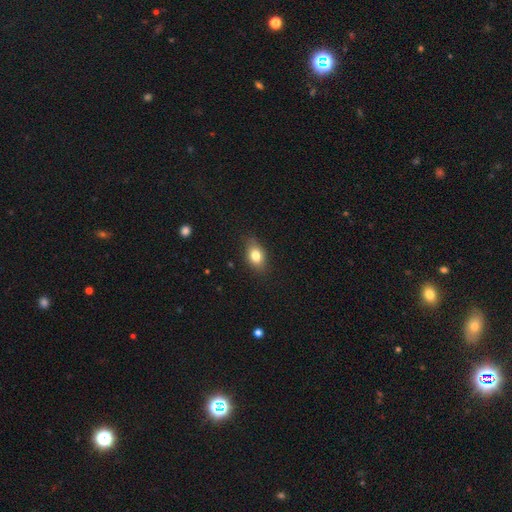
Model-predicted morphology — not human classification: A smooth galaxy with no disk features (79%) that is in between round and cigar-shaped (79%). Merging: none (80%).